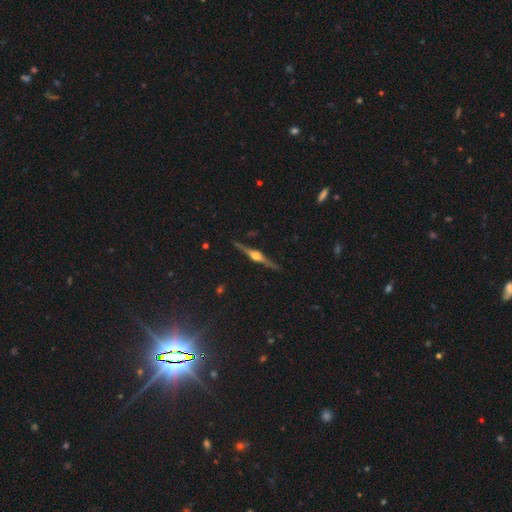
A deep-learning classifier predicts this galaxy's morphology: Smooth or featured?
  - featured or disk: 87% *
  - smooth: 8%
  - star or artifact: 6%
Edge-on disk?
  - yes: 98% *
  - no: 2%
Edge-on bulge?
  - rounded: 94% *
  - boxy: 4%
  - none: 2%
Merging?
  - none: 92% *
  - minor disturbance: 6%
  - major disturbance: 1%
  - merger: 1%